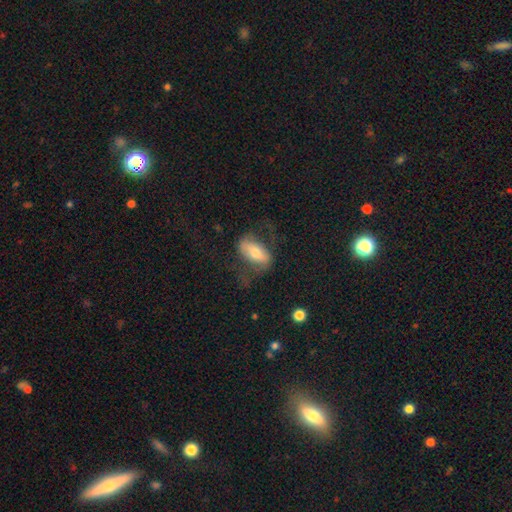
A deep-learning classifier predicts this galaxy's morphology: featured or disk 54%, smooth 34%, star or artifact 12%. Down the decision tree: edge-on disk — no (83%); merging — none (60%).